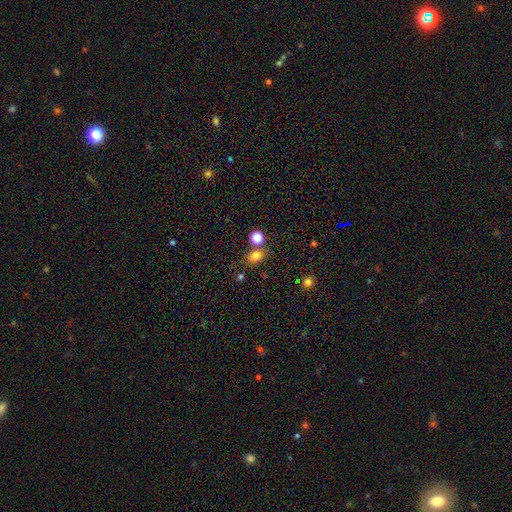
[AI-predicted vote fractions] The model was most divided on "how rounded": in between: 59%, round: 40%, cigar-shaped: 1%. More confident: smooth or featured — smooth (79%); merging — none (66%).